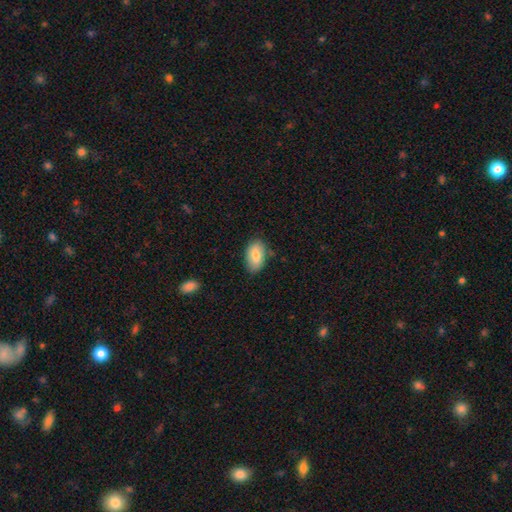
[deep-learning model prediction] Overall: smooth (79%). How rounded: in between (94%). Merging: none (77%).